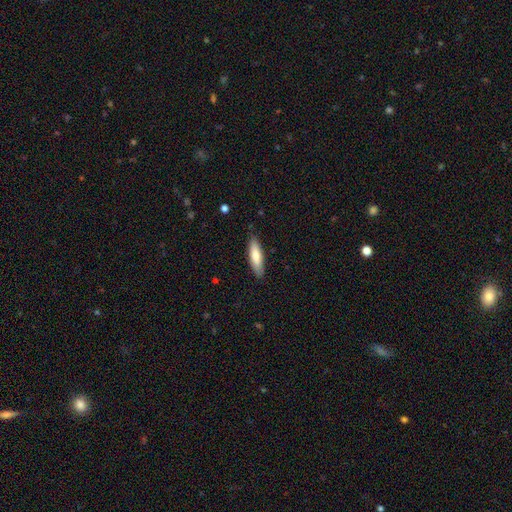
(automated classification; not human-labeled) This is likely a smooth galaxy (76%). How rounded: likely cigar-shaped (61%). Merging: clearly none (86%).